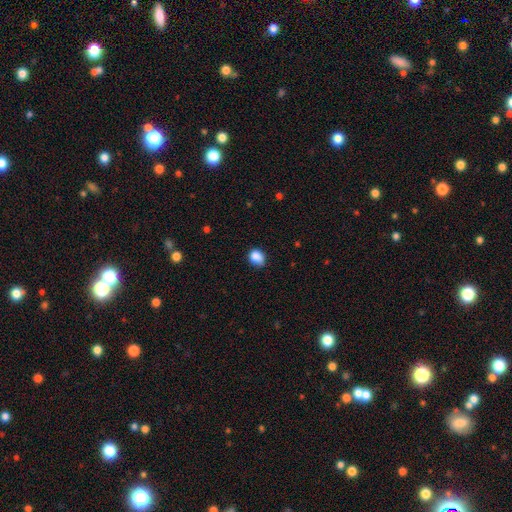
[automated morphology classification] This appears to be a smooth galaxy with no disk features (86%) that is round (54%). Merging: none (68%).